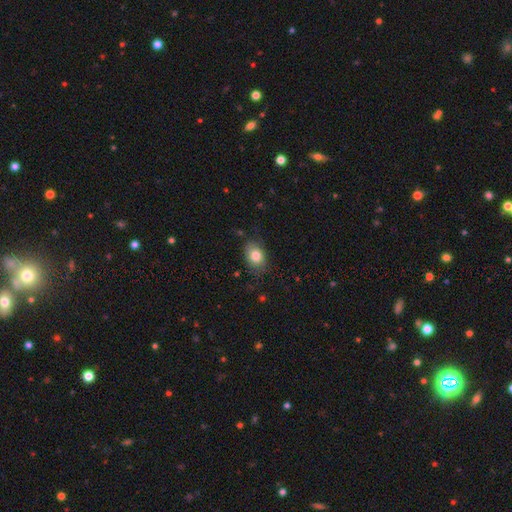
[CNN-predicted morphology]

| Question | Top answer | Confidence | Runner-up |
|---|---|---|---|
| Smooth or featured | smooth | 81% | featured or disk (10%) |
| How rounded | in between | 70% | round (28%) |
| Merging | none | 77% | minor disturbance (18%) |